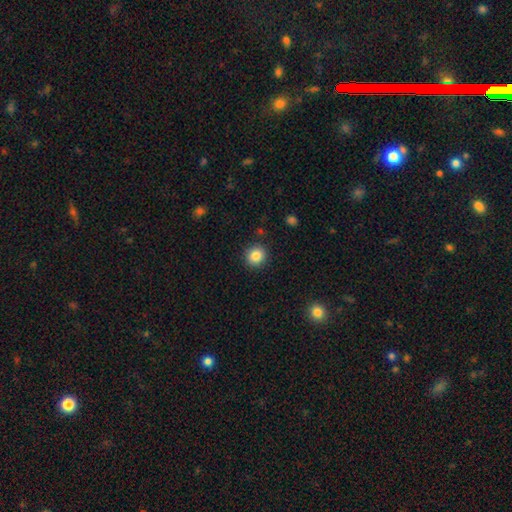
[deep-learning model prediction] Smooth or featured: smooth — 85% (star or artifact — 10%)
How rounded: round — 89% (in between — 10%)
Merging: none — 90% (minor disturbance — 7%)